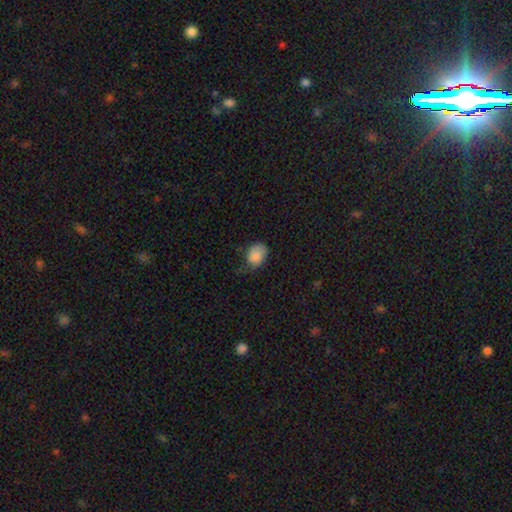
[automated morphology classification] smooth 83%, featured or disk 10%, star or artifact 7%. Down the decision tree: how rounded — in between (65%); merging — minor disturbance (39%).